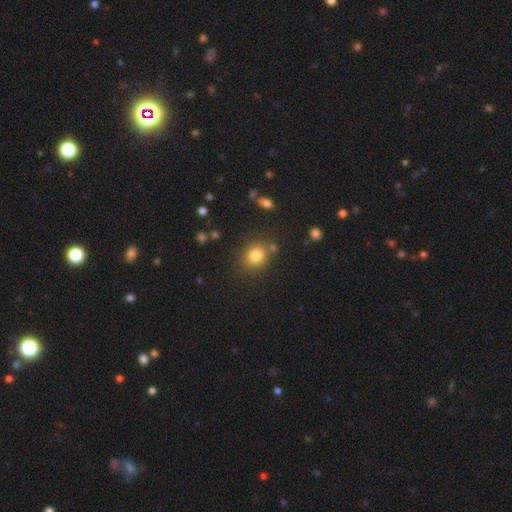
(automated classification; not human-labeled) A smooth galaxy with no disk features (81%) that is round (73%).

Vote fractions:
- Smooth or featured? smooth: 81% / star or artifact: 12% / featured or disk: 7%
- How rounded? round: 73% / in between: 26% / cigar-shaped: 1%
- Merging? none: 79% / minor disturbance: 11% / merger: 6% / major disturbance: 4%